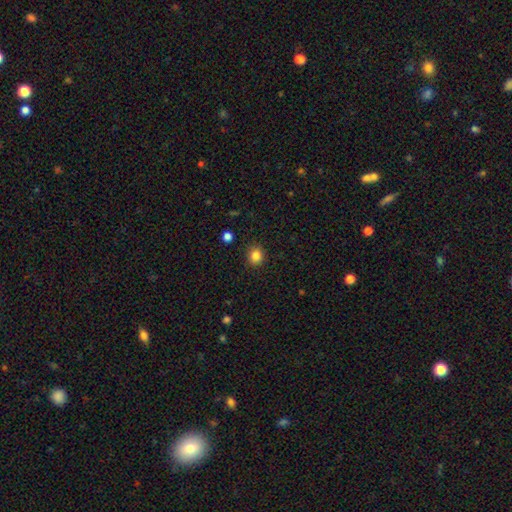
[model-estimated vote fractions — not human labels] A smooth galaxy with no disk features (85%) that is round (78%).

Vote fractions:
- Smooth or featured? smooth: 85% / star or artifact: 11% / featured or disk: 4%
- How rounded? round: 78% / in between: 21% / cigar-shaped: 1%
- Merging? none: 88% / minor disturbance: 8% / major disturbance: 2% / merger: 1%